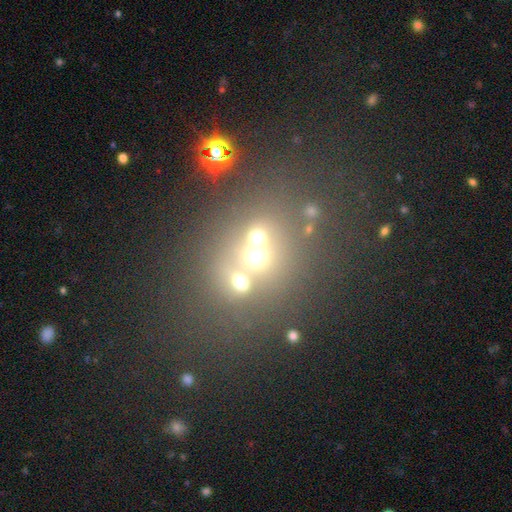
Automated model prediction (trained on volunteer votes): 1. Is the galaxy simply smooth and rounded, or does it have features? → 40% smooth, 35% star or artifact, 24% featured or disk.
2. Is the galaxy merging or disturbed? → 44% none, 42% merger, 8% minor disturbance, 6% major disturbance.